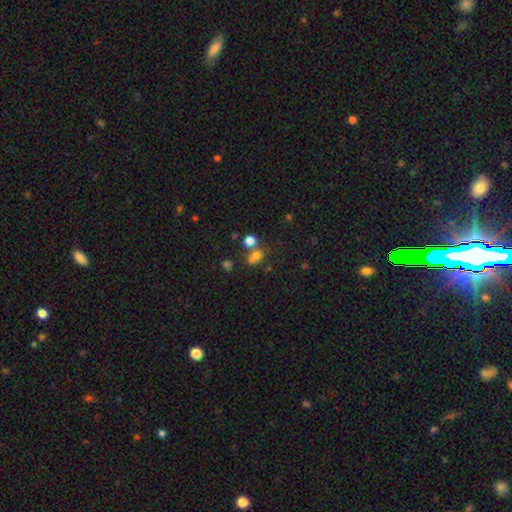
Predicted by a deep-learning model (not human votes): A smooth galaxy with no disk features (67%) that is round (64%).

Vote fractions:
- Smooth or featured? smooth: 67% / star or artifact: 21% / featured or disk: 12%
- How rounded? round: 64% / in between: 34% / cigar-shaped: 2%
- Merging? none: 44% / merger: 40% / minor disturbance: 10% / major disturbance: 6%